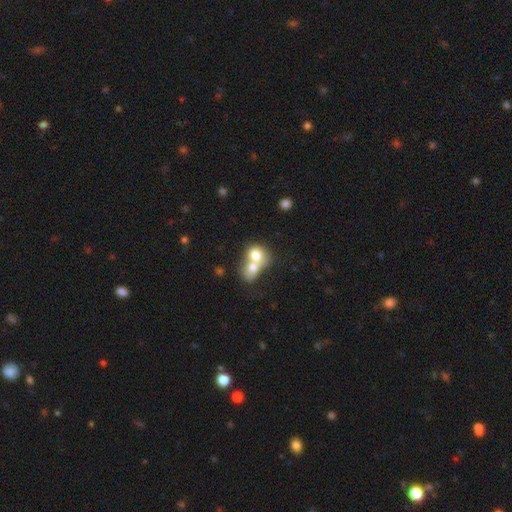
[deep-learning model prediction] smooth-or-featured: smooth: 69% | featured or disk: 22% | star or artifact: 8%
  how-rounded: round: 54% | in between: 45% | cigar-shaped: 1%
  merging: merger: 78% | none: 14% | minor disturbance: 5% | major disturbance: 3%